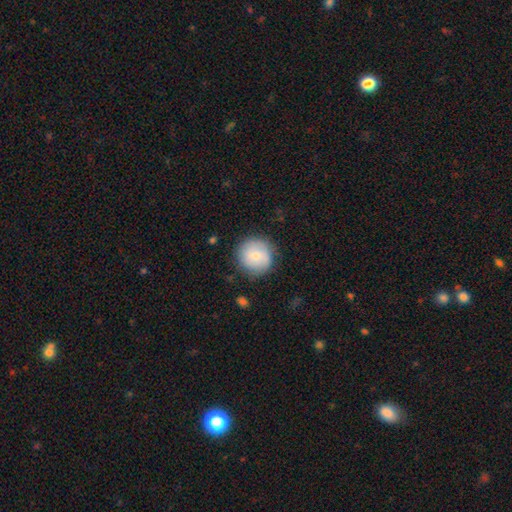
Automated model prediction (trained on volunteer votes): Smooth or featured?
  - smooth: 73% *
  - featured or disk: 20%
  - star or artifact: 7%
How rounded?
  - round: 94% *
  - in between: 5%
  - cigar-shaped: 1%
Merging?
  - none: 81% *
  - minor disturbance: 13%
  - major disturbance: 4%
  - merger: 1%